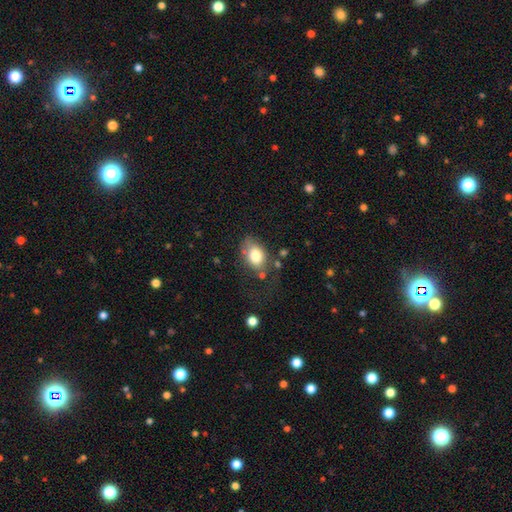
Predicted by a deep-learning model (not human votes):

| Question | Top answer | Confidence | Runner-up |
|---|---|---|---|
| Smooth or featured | smooth | 78% | featured or disk (14%) |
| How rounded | in between | 77% | round (22%) |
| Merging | none | 49% | minor disturbance (27%) |